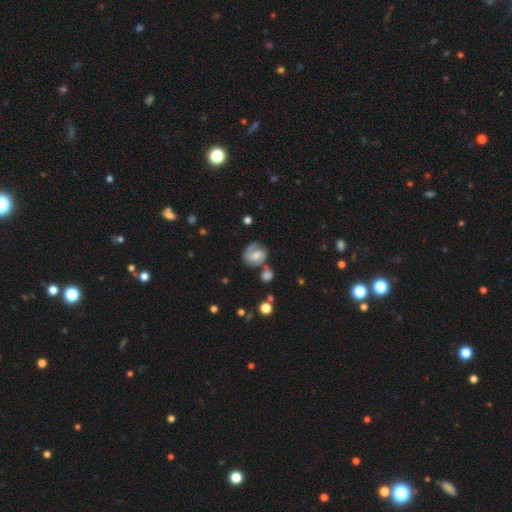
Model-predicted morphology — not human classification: smooth_or_featured: featured or disk (p=0.61) [alt: smooth p=0.31]
disk_edge_on: no (p=0.97) [alt: yes p=0.03]
bar: no (p=0.46) [alt: weak p=0.43]
has_spiral_arms: yes (p=0.86) [alt: no p=0.14]
spiral_winding: medium (p=0.43) [alt: tight p=0.41]
spiral_arm_count: 2 (p=0.64) [alt: 1 p=0.16]
bulge_size: moderate (p=0.48) [alt: small p=0.34]
merging: none (p=0.53) [alt: minor disturbance p=0.22]